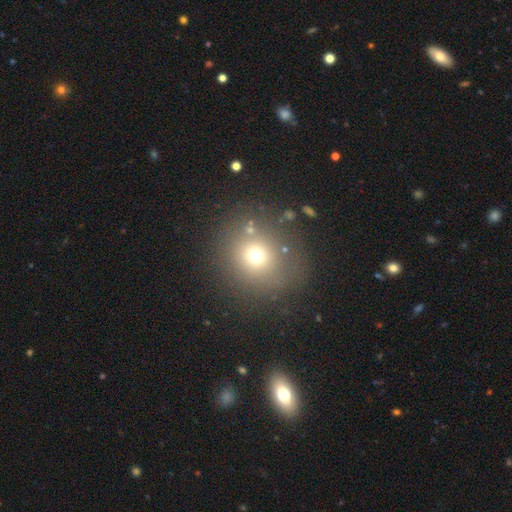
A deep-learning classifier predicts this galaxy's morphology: smooth 67%, star or artifact 21%, featured or disk 12%. Down the decision tree: how rounded — round (85%); merging — none (79%).